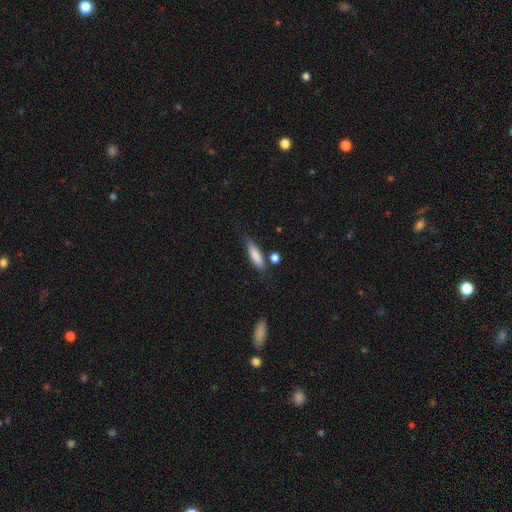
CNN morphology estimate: A smooth galaxy with no disk features (79%) that is cigar-shaped (63%). Merging: none (72%).